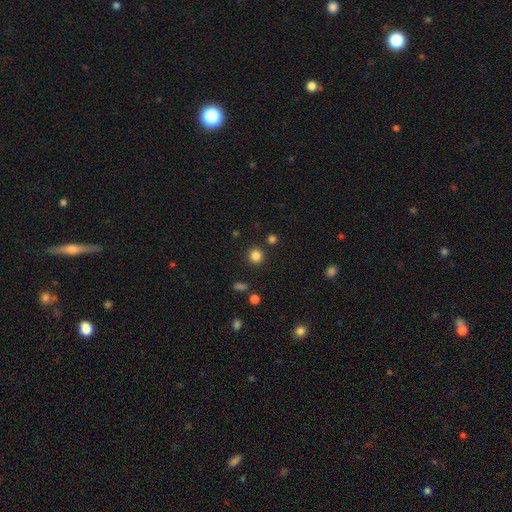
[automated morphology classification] Smooth or featured: smooth — 84% (star or artifact — 13%)
How rounded: round — 93% (in between — 6%)
Merging: none — 88% (minor disturbance — 6%)